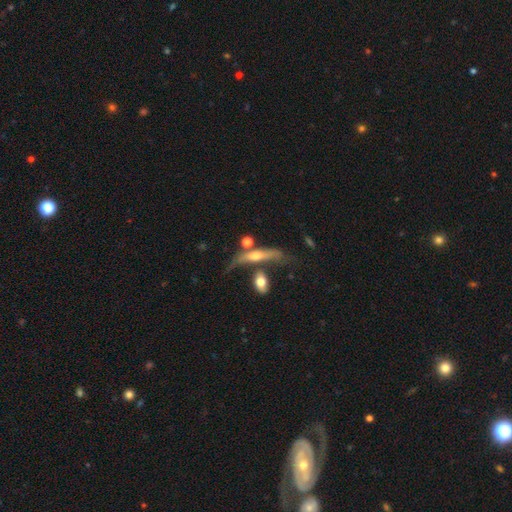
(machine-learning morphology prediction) type=featured or disk (52%); edge-on=yes (71%); merging=none (38%).